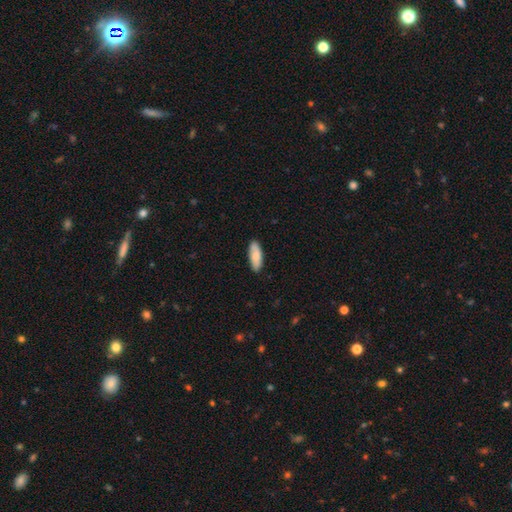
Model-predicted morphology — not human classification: A smooth galaxy with no disk features (79%) that is in between round and cigar-shaped (68%).

Vote fractions:
- Smooth or featured? smooth: 79% / featured or disk: 15% / star or artifact: 5%
- How rounded? in between: 68% / cigar-shaped: 30% / round: 2%
- Merging? none: 87% / minor disturbance: 10% / major disturbance: 2% / merger: 1%